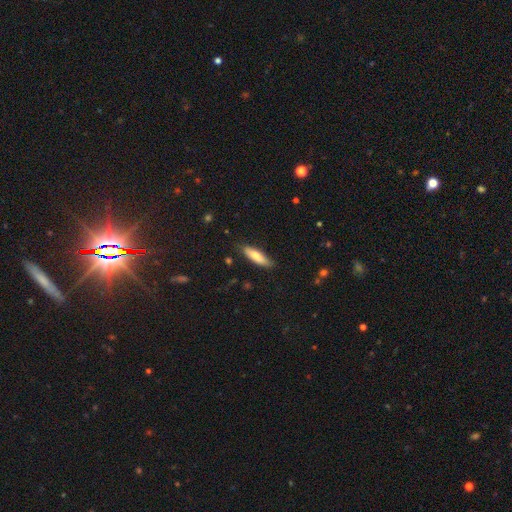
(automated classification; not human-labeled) smooth_or_featured: smooth (p=0.72) [alt: featured or disk p=0.22]
how_rounded: cigar-shaped (p=0.62) [alt: in between p=0.36]
merging: none (p=0.83) [alt: minor disturbance p=0.13]